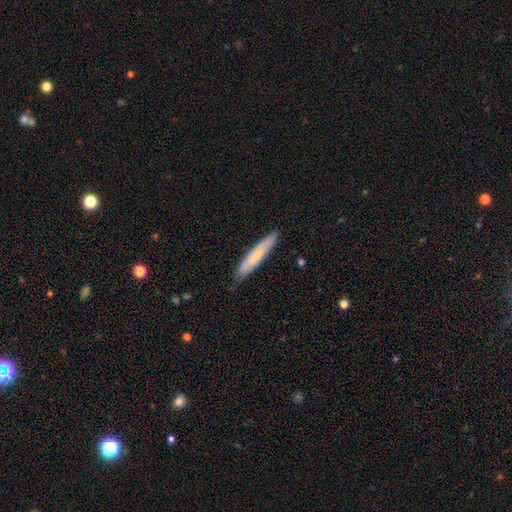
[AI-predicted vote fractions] This appears to be a smooth galaxy with no disk features (69%) that is cigar-shaped (91%). Merging: none (83%).